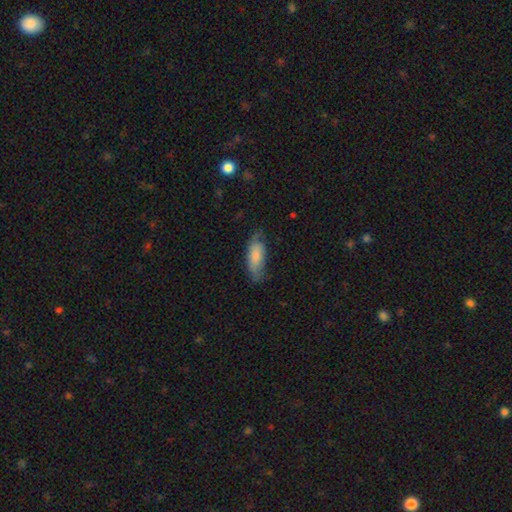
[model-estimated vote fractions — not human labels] smooth_or_featured: smooth (p=0.75) [alt: featured or disk p=0.19]
how_rounded: in between (p=0.76) [alt: cigar-shaped p=0.22]
merging: none (p=0.61) [alt: minor disturbance p=0.29]